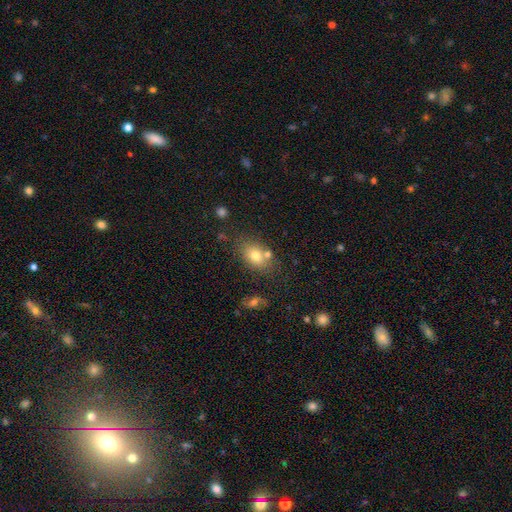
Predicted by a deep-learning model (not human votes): smooth 74%, featured or disk 14%, star or artifact 12%. Down the decision tree: how rounded — in between (74%); merging — none (66%).